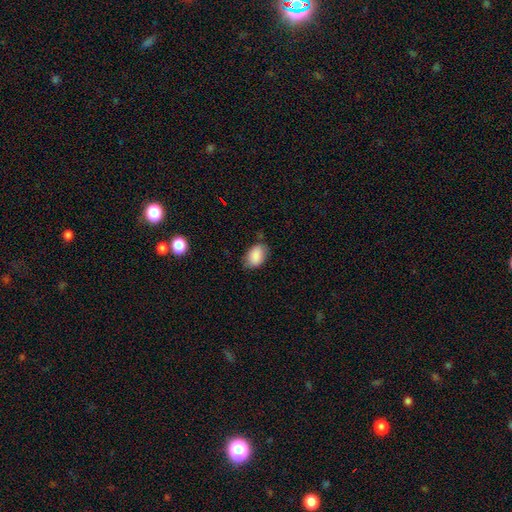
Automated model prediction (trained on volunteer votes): Smooth or featured? Predicted: smooth (p=0.87). How rounded? Predicted: in between (p=0.82). Merging? Predicted: none (p=0.69).